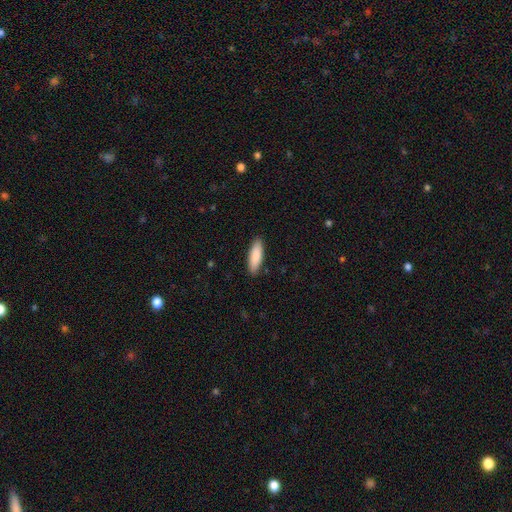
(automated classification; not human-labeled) A smooth galaxy with no disk features (88%) that is in between round and cigar-shaped (51%). Merging: none (89%).